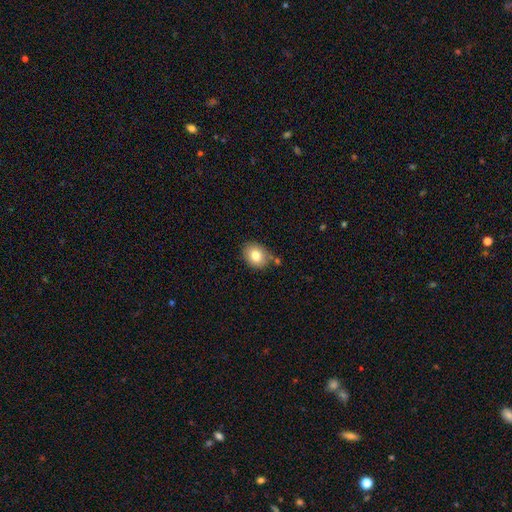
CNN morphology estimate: Smooth or featured? smooth (80%)
How rounded? in between (54%)
Merging? none (72%)